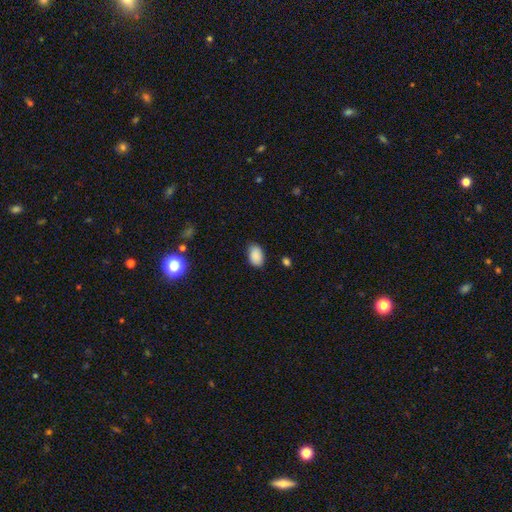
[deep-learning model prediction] A smooth galaxy with no disk features (89%) that is in between round and cigar-shaped (88%). Merging: none (81%).